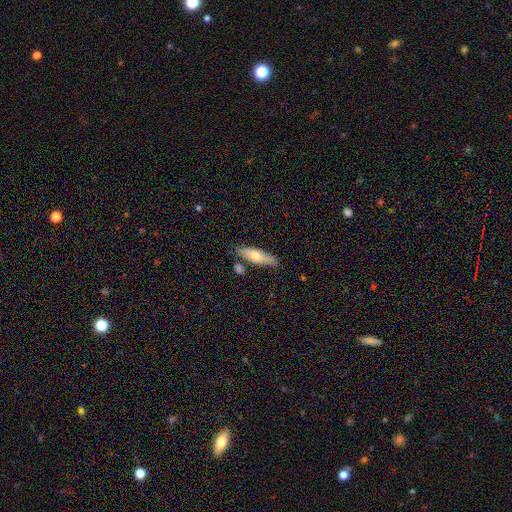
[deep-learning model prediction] Q: Smooth or featured?
A: smooth (63%); runner-up: featured or disk (30%)
Q: How rounded?
A: cigar-shaped (51%); runner-up: in between (46%)
Q: Merging?
A: none (74%); runner-up: minor disturbance (15%)